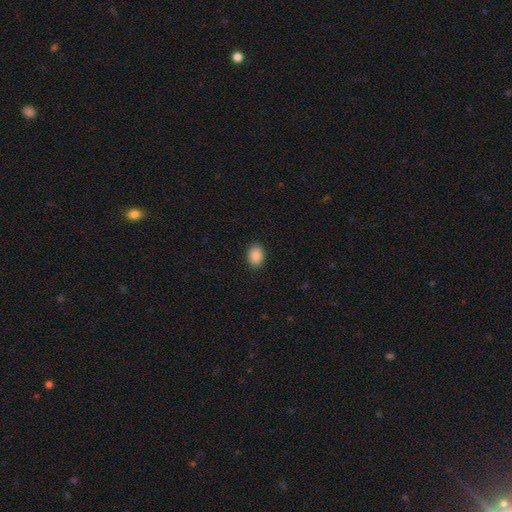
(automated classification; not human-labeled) A smooth galaxy with no disk features (89%) that is in between round and cigar-shaped (69%).

Vote fractions:
- Smooth or featured? smooth: 89% / star or artifact: 8% / featured or disk: 3%
- How rounded? in between: 69% / round: 30% / cigar-shaped: 1%
- Merging? none: 90% / minor disturbance: 7% / major disturbance: 2% / merger: 1%